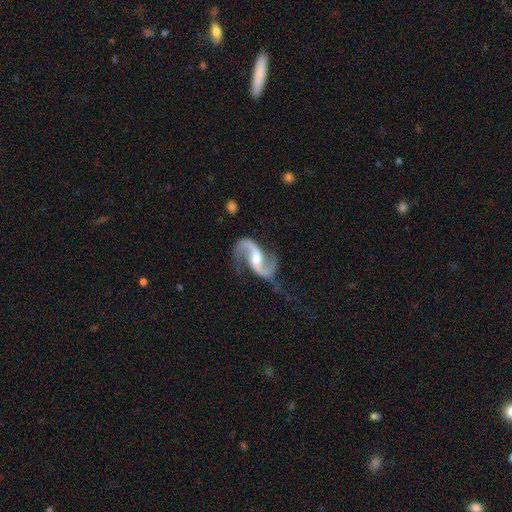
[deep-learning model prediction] Overall: featured or disk (92%). Edge-on disk: no (97%). Bar: weak (43%; strong 29%). Spiral arms: yes (98%). Spiral arm count: 2 (94%). Spiral winding: loose (63%; medium 31%). Bulge size: moderate (58%; small 33%). Merging: none (64%).